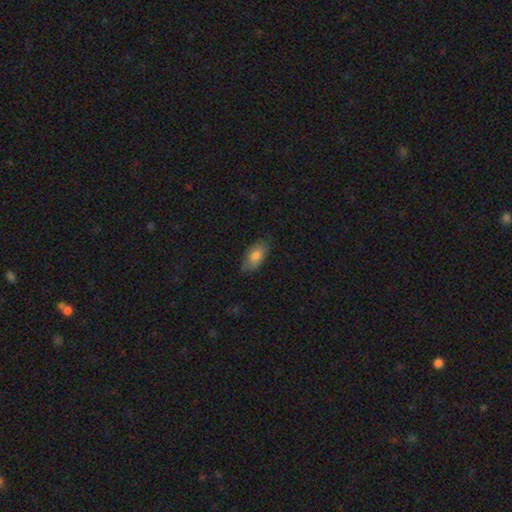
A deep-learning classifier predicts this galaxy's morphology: The model was most divided on "merging": none: 78%, minor disturbance: 17%, major disturbance: 3%, merger: 1%. More confident: how rounded — in between (91%); smooth or featured — smooth (80%).